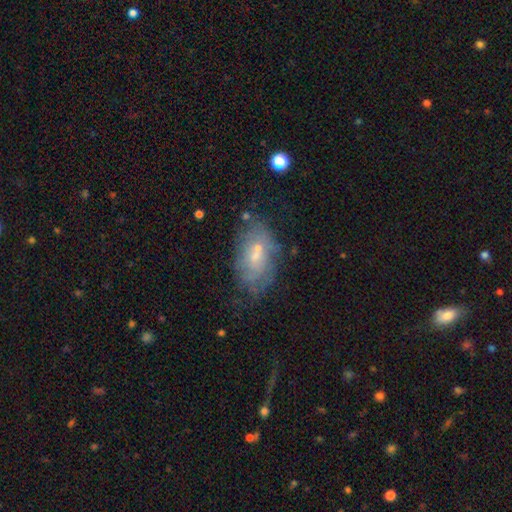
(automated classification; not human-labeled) This is possibly a featured or disk galaxy (50%). It is clearly not viewed edge-on (93%). Merging: possibly none (52%).